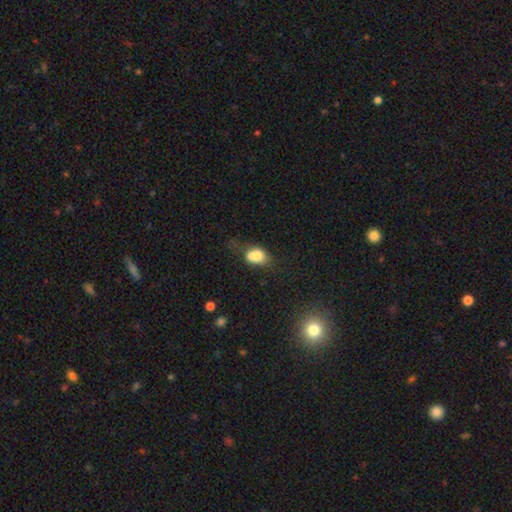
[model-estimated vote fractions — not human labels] Smooth or featured: smooth — 75% (featured or disk — 14%)
How rounded: in between — 70% (round — 28%)
Merging: none — 35% (merger — 28%)